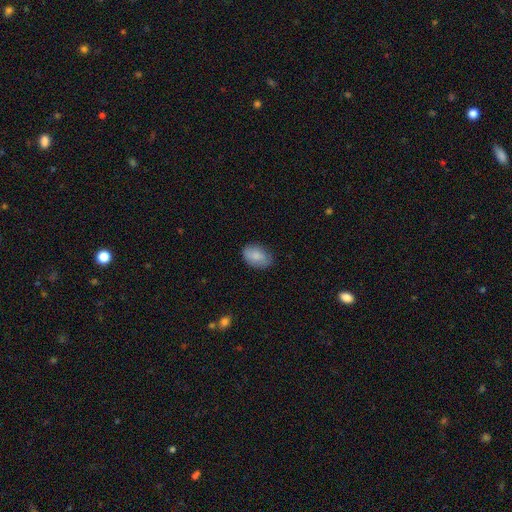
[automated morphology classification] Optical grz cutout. It shows a smooth galaxy with no disk features (83%) that is in between round and cigar-shaped (89%). Merging: none (78%).